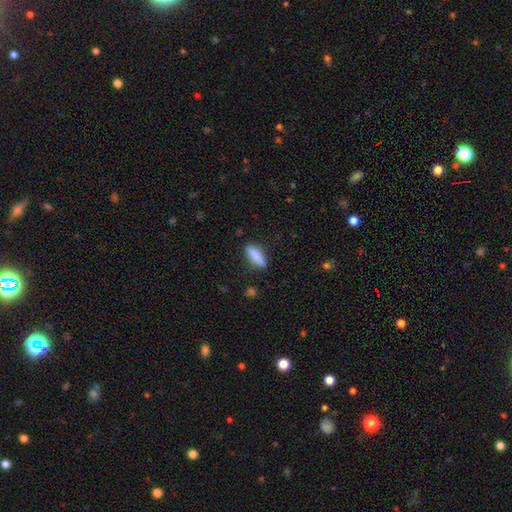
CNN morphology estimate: This is clearly a smooth galaxy (84%). How rounded: possibly in between (53%). Merging: clearly none (83%).